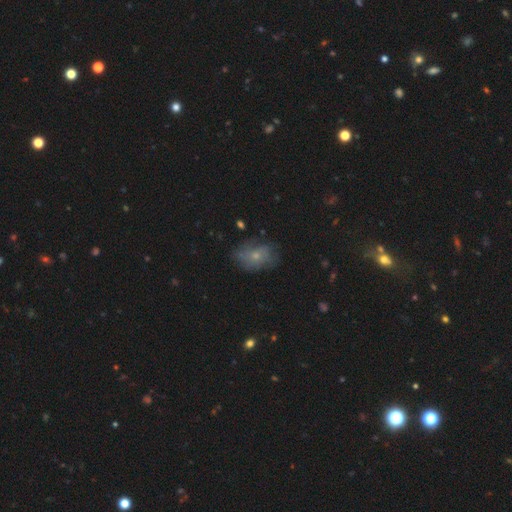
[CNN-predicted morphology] Smooth or featured?
  - smooth: 54% *
  - featured or disk: 34%
  - star or artifact: 12%
How rounded?
  - in between: 72% *
  - round: 27%
  - cigar-shaped: 2%
Merging?
  - none: 62% *
  - minor disturbance: 25%
  - major disturbance: 11%
  - merger: 2%